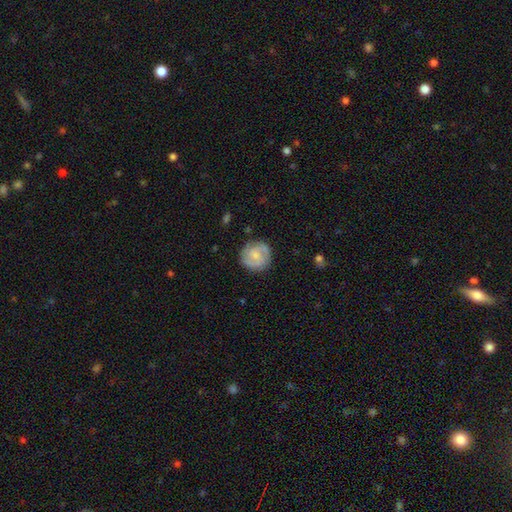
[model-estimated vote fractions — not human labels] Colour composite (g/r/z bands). It shows a featured or disk galaxy (61%) with no bar (49%), 2 (68%) medium (44%) spiral arms (91%) and a small central bulge (51%). Merging: none (83%).